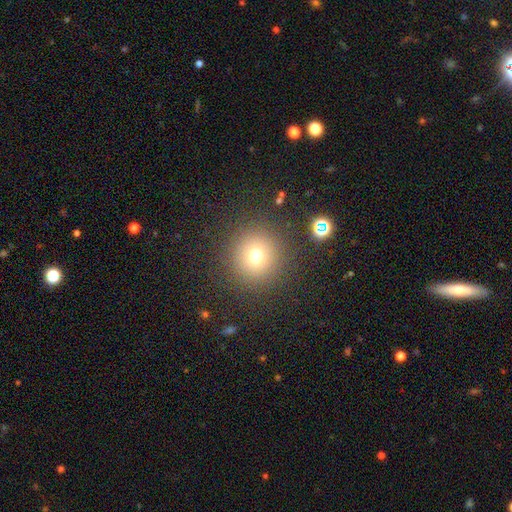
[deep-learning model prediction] This appears to be a smooth galaxy with no disk features (72%) that is round (93%). Merging: none (88%).